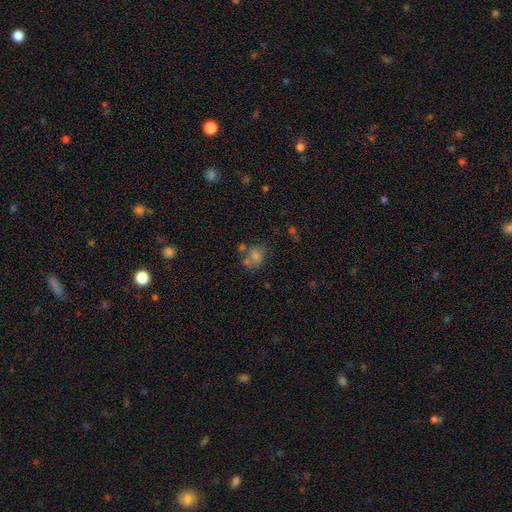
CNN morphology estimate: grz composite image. It shows a smooth galaxy with no disk features (61%) that is round (50%). Merging: none (53%).